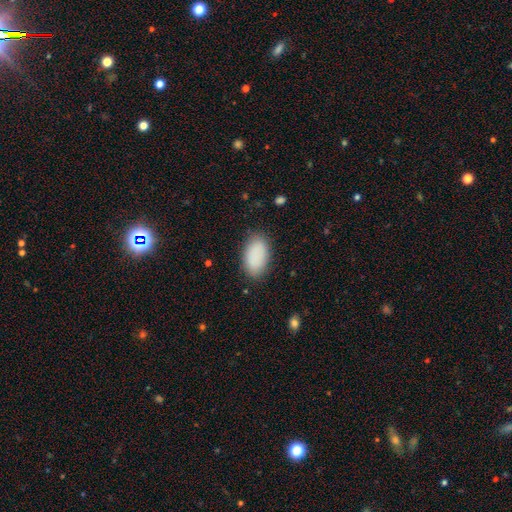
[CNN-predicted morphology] A smooth galaxy with no disk features (89%) that is in between round and cigar-shaped (94%).

Vote fractions:
- Smooth or featured? smooth: 89% / star or artifact: 7% / featured or disk: 5%
- How rounded? in between: 94% / round: 5% / cigar-shaped: 1%
- Merging? none: 84% / minor disturbance: 12% / major disturbance: 3% / merger: 1%